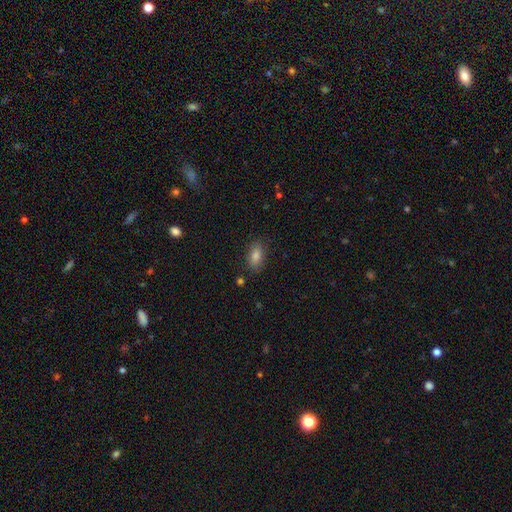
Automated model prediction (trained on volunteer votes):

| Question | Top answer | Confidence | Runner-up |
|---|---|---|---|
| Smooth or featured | smooth | 80% | star or artifact (12%) |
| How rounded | in between | 86% | cigar-shaped (8%) |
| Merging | none | 86% | minor disturbance (10%) |